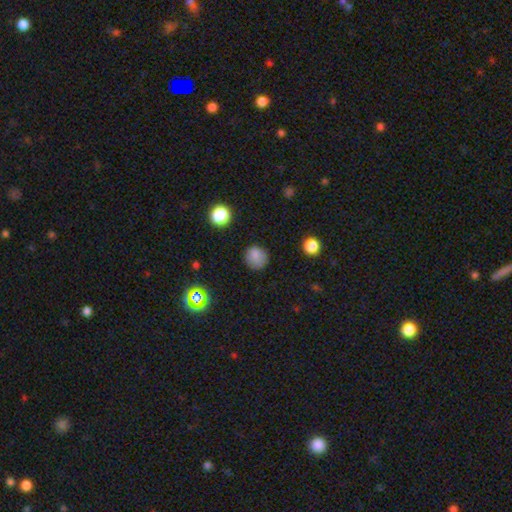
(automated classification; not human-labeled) Smooth or featured?
  - smooth: 82% *
  - star or artifact: 12%
  - featured or disk: 6%
How rounded?
  - round: 90% *
  - in between: 9%
  - cigar-shaped: 1%
Merging?
  - none: 82% *
  - minor disturbance: 13%
  - major disturbance: 4%
  - merger: 2%